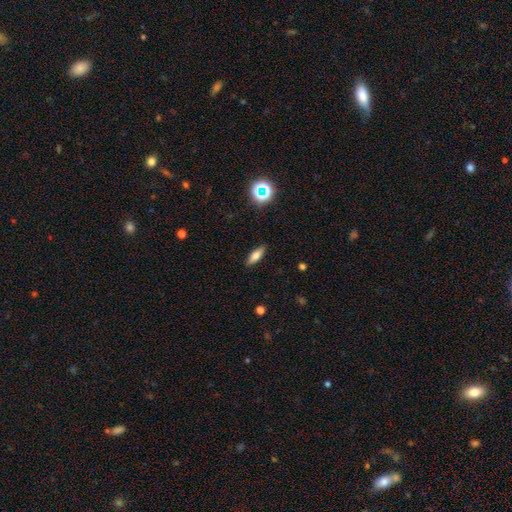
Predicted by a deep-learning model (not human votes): A smooth galaxy with no disk features (69%) that is in between round and cigar-shaped (56%). Merging: none (88%).